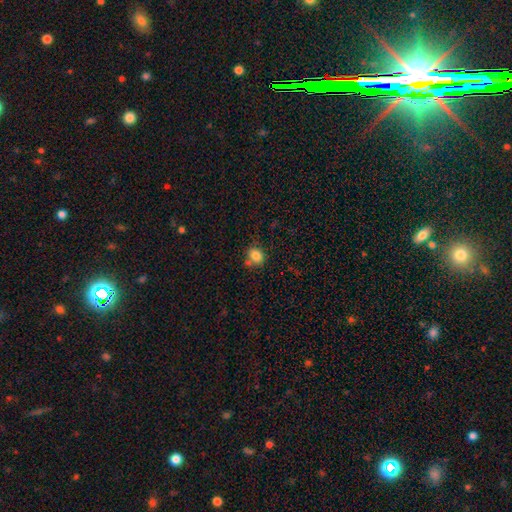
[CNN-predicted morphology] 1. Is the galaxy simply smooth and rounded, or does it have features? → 83% smooth, 10% star or artifact, 6% featured or disk.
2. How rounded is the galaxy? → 60% round, 39% in between, 1% cigar-shaped.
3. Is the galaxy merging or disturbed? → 66% none, 15% minor disturbance, 15% merger, 4% major disturbance.